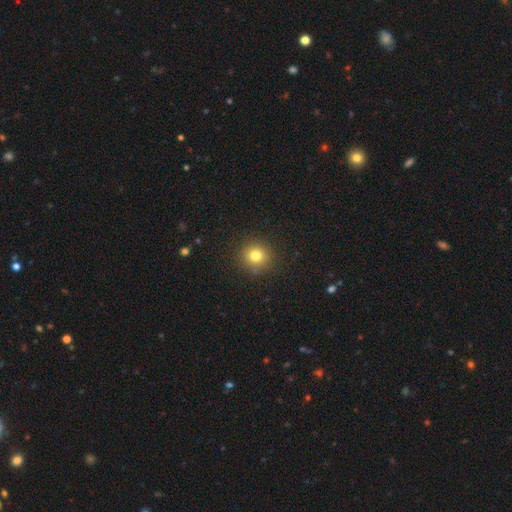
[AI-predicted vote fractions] The model was most divided on "smooth or featured": smooth: 79%, star or artifact: 14%, featured or disk: 7%. More confident: how rounded — round (91%); merging — none (89%).